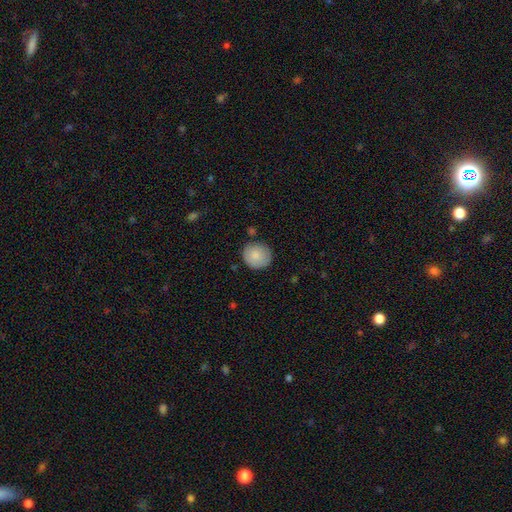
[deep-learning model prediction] This is clearly a smooth galaxy (86%). How rounded: clearly round (91%). Merging: clearly none (82%).